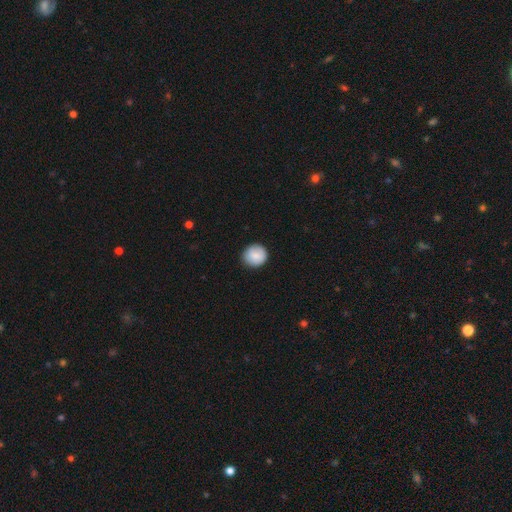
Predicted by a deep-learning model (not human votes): Smooth or featured? smooth (85%)
How rounded? round (91%)
Merging? none (87%)